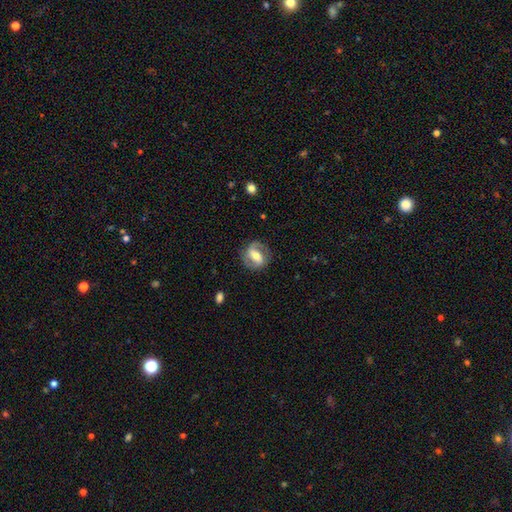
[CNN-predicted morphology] A featured or disk galaxy (69%) with a strong bar (56%), spiral arms (72%) and a moderate central bulge (65%).

Vote fractions:
- Smooth or featured? featured or disk: 69% / smooth: 25% / star or artifact: 6%
- Edge-on disk? no: 93% / yes: 7%
- Bar? strong: 56% / weak: 30% / no: 14%
- Spiral arms? yes: 72% / no: 28%
- Bulge size? moderate: 65% / small: 23% / large: 10% / none: 1% / dominant: 1%
- Merging? none: 79% / minor disturbance: 13% / major disturbance: 6% / merger: 1%